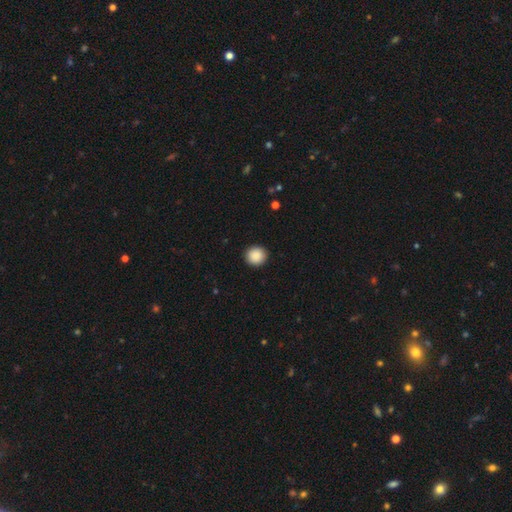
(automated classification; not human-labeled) This is clearly a smooth galaxy (89%). How rounded: clearly round (91%). Merging: clearly none (92%).